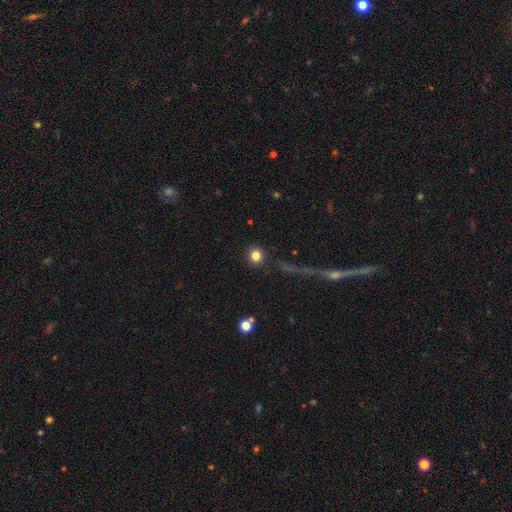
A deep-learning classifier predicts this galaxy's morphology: Smooth or featured?
  - smooth: 82% *
  - star or artifact: 11%
  - featured or disk: 6%
How rounded?
  - round: 89% *
  - in between: 10%
  - cigar-shaped: 1%
Merging?
  - none: 90% *
  - minor disturbance: 6%
  - major disturbance: 2%
  - merger: 2%